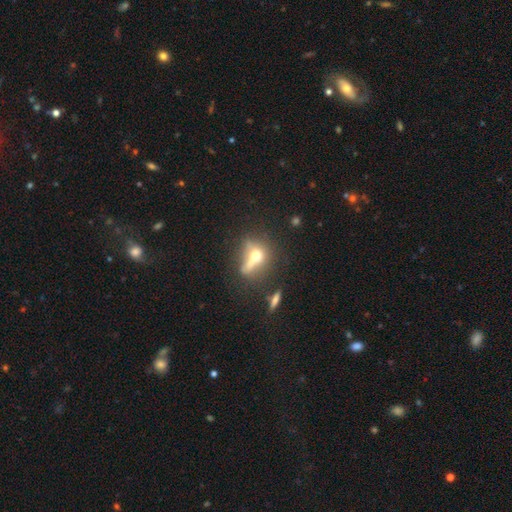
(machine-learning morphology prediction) This appears to be a smooth galaxy with no disk features (55%) that is round (59%). Merging: none (39%).